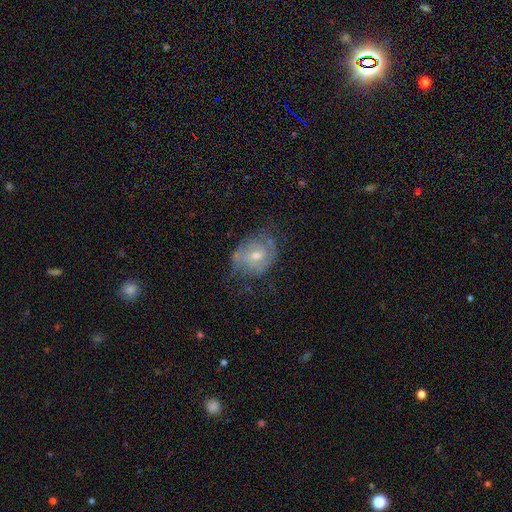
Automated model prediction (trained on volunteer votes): Q: Smooth or featured?
A: featured or disk (63%); runner-up: smooth (29%)
Q: Edge-on disk?
A: no (96%); runner-up: yes (4%)
Q: Bar?
A: no (50%); runner-up: weak (42%)
Q: Spiral arms?
A: yes (67%); runner-up: no (33%)
Q: Bulge size?
A: moderate (60%); runner-up: small (33%)
Q: Merging?
A: none (53%); runner-up: minor disturbance (29%)